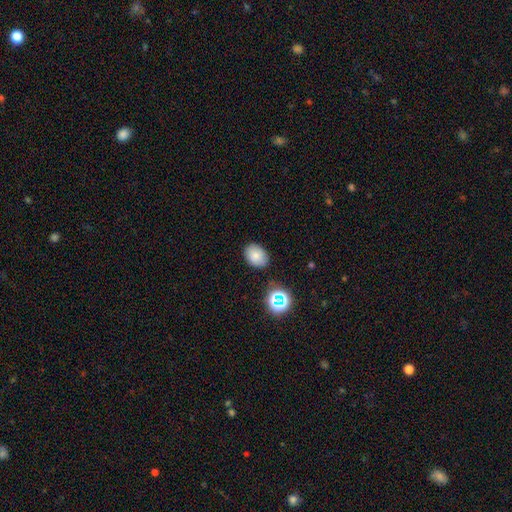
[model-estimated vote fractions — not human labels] Overall: smooth (78%). How rounded: in between (70%). Merging: none (80%).